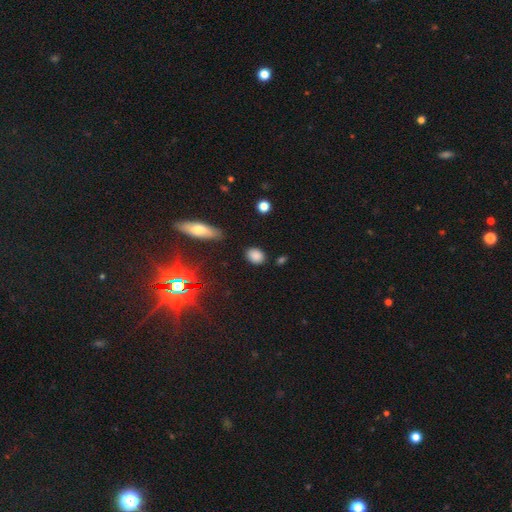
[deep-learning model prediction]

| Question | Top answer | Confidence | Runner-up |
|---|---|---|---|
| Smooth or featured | smooth | 82% | star or artifact (13%) |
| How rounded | in between | 66% | round (32%) |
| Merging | none | 83% | minor disturbance (12%) |